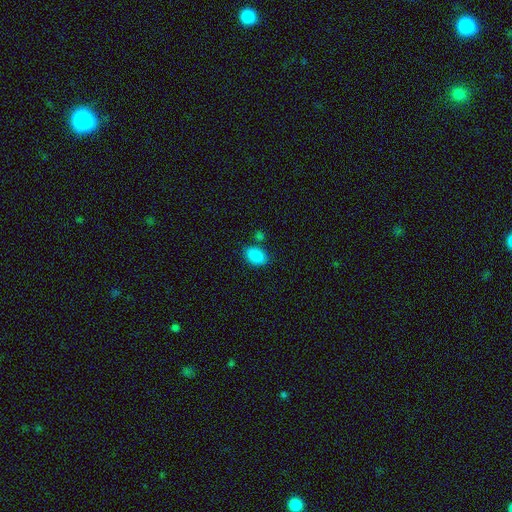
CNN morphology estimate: Smooth or featured? smooth (89%)
How rounded? in between (87%)
Merging? none (77%)